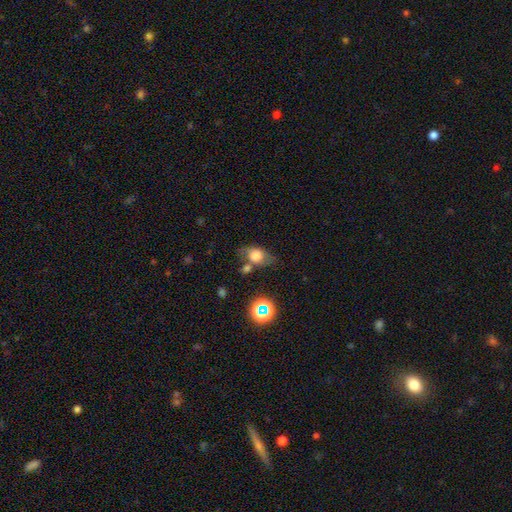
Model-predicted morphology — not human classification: This is likely a smooth galaxy (65%). How rounded: likely in between (67%). Merging: possibly none (52%).